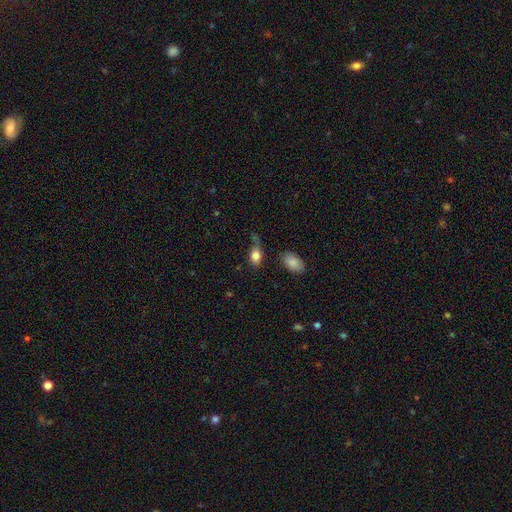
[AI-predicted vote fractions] smooth_or_featured: smooth (p=0.83) [alt: featured or disk p=0.09]
how_rounded: in between (p=0.85) [alt: round p=0.12]
merging: none (p=0.49) [alt: minor disturbance p=0.27]